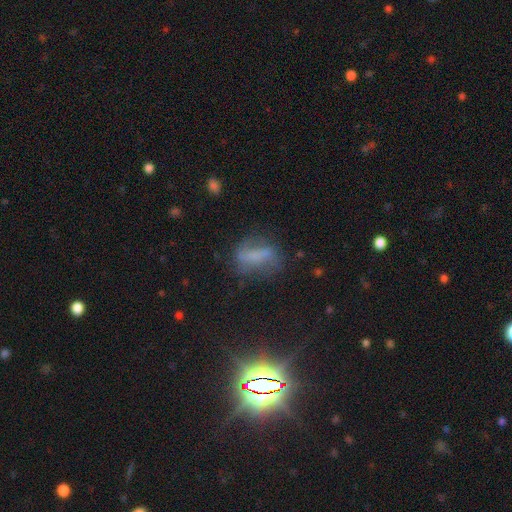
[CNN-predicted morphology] Smooth or featured? smooth (46%)
Merging? none (54%)